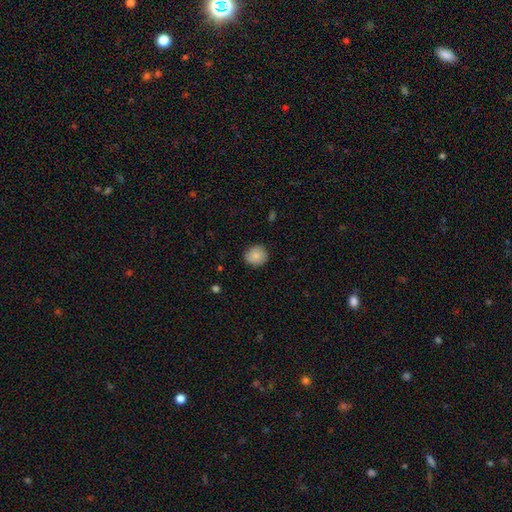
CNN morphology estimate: Smooth or featured? Predicted: smooth (p=0.84). How rounded? Predicted: round (p=0.84). Merging? Predicted: none (p=0.84).